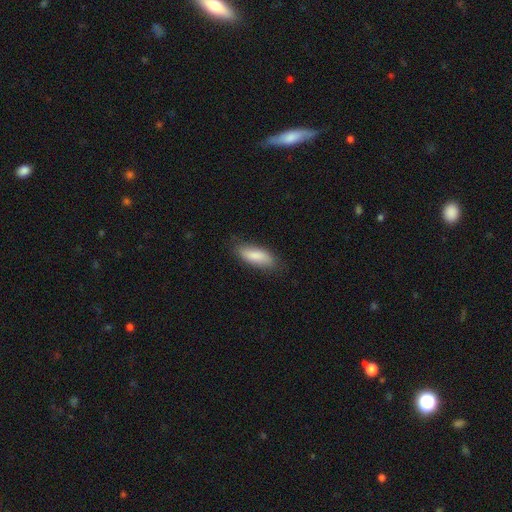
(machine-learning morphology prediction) This appears to be a smooth galaxy with no disk features (84%) that is in between round and cigar-shaped (69%). Merging: none (77%).